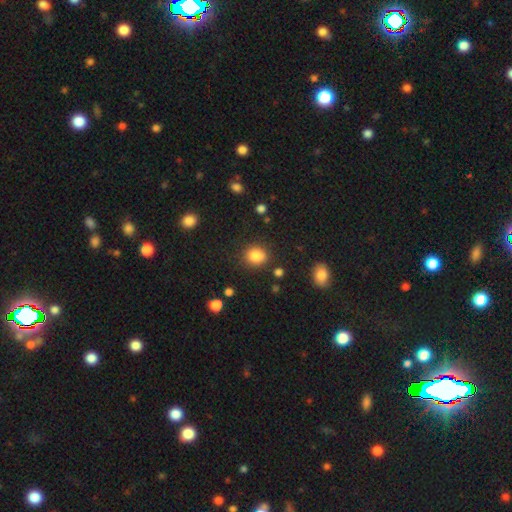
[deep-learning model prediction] A smooth galaxy with no disk features (85%) that is round (73%). Merging: none (83%).